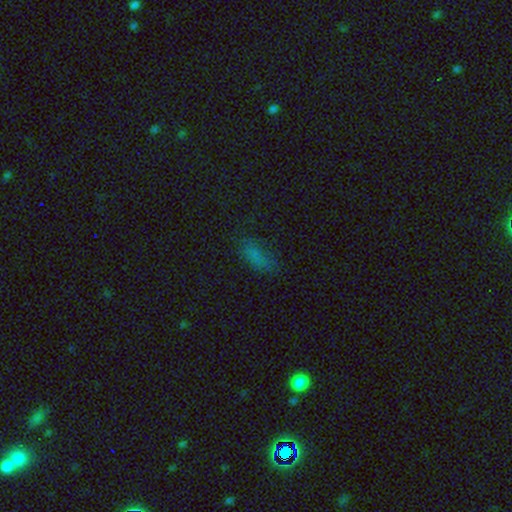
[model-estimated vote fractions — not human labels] A smooth galaxy with no disk features (71%) that is in between round and cigar-shaped (78%). Merging: none (64%).